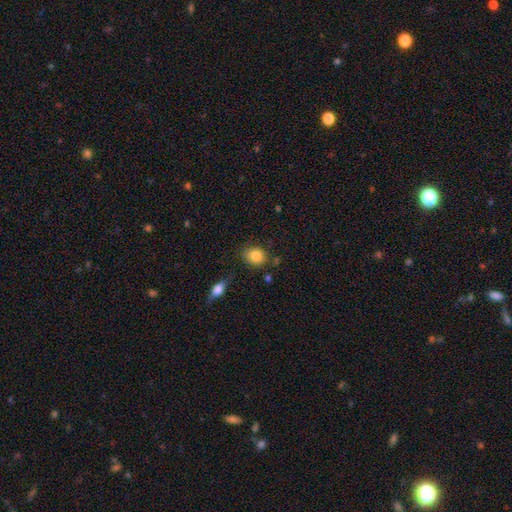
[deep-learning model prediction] Smooth or featured: smooth — 85% (star or artifact — 9%)
How rounded: round — 64% (in between — 35%)
Merging: none — 77% (minor disturbance — 15%)